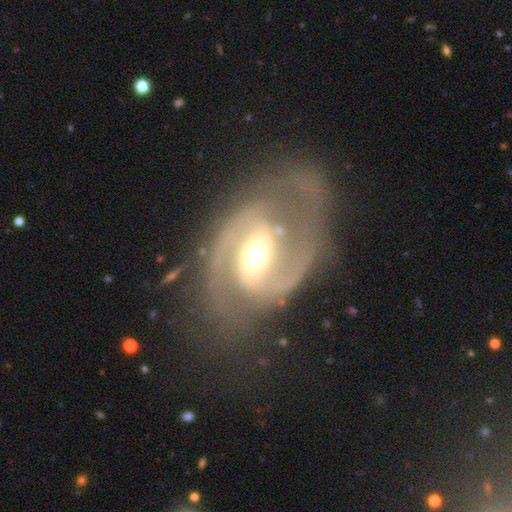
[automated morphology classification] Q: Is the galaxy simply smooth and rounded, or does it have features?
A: featured or disk — 90%.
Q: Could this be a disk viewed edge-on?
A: no — 97%.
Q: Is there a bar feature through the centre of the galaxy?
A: weak — 43%.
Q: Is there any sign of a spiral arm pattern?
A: yes — 96%.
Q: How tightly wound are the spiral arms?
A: medium — 56%.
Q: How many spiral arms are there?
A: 2 — 89%.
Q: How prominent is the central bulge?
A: moderate — 66%.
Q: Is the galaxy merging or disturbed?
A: none — 63%.